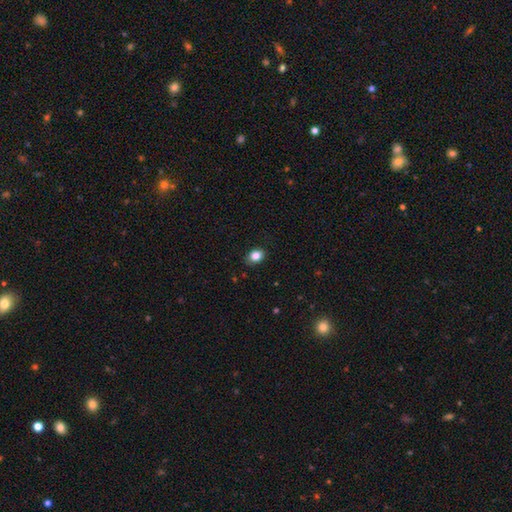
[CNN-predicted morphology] smooth-or-featured: smooth: 84% | star or artifact: 10% | featured or disk: 6%
  how-rounded: in between: 62% | round: 37% | cigar-shaped: 1%
  merging: none: 85% | minor disturbance: 12% | major disturbance: 2% | merger: 1%